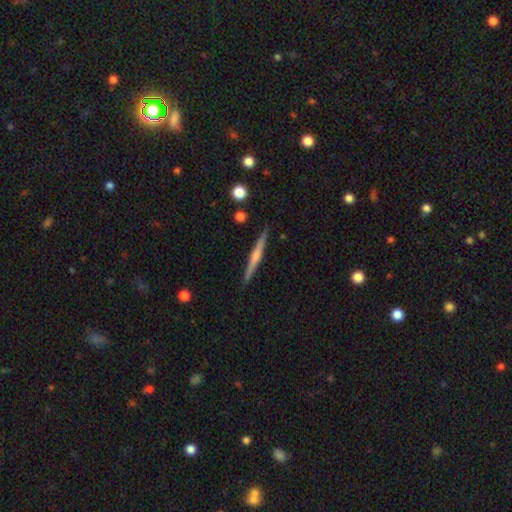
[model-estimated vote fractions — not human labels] Smooth or featured?
  - featured or disk: 68% *
  - smooth: 26%
  - star or artifact: 6%
Edge-on disk?
  - yes: 98% *
  - no: 2%
Edge-on bulge?
  - rounded: 74% *
  - none: 19%
  - boxy: 7%
Merging?
  - none: 91% *
  - minor disturbance: 7%
  - merger: 1%
  - major disturbance: 1%